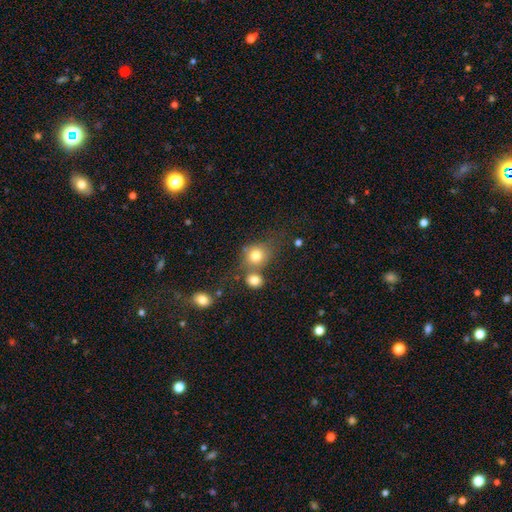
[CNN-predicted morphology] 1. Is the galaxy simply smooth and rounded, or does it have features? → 77% smooth, 12% star or artifact, 10% featured or disk.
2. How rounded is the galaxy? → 78% round, 21% in between, 1% cigar-shaped.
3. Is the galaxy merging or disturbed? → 49% none, 32% merger, 12% minor disturbance, 7% major disturbance.